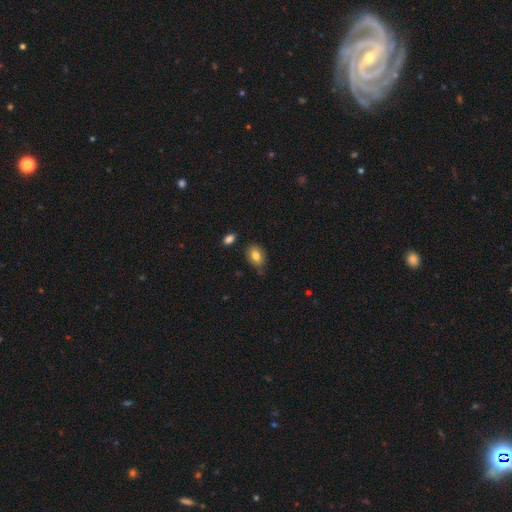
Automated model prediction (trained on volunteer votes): smooth 81%, featured or disk 11%, star or artifact 8%. Down the decision tree: how rounded — in between (86%); merging — none (74%).